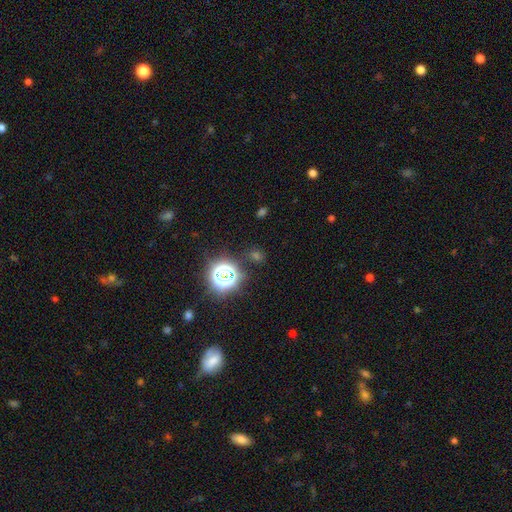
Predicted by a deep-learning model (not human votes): Q: Smooth or featured?
A: star or artifact (60%); runner-up: smooth (32%)